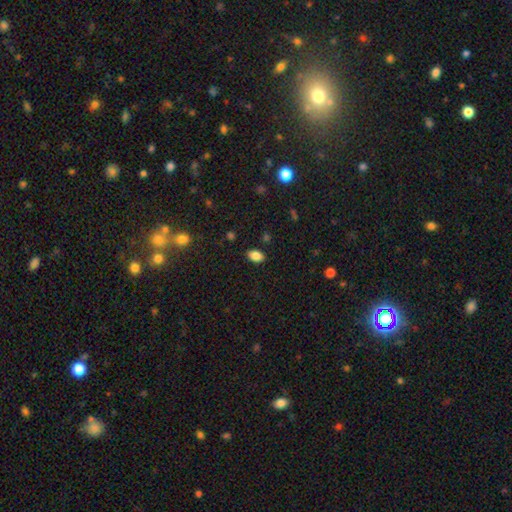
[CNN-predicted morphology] Overall: smooth (85%). How rounded: in between (87%). Merging: none (86%).